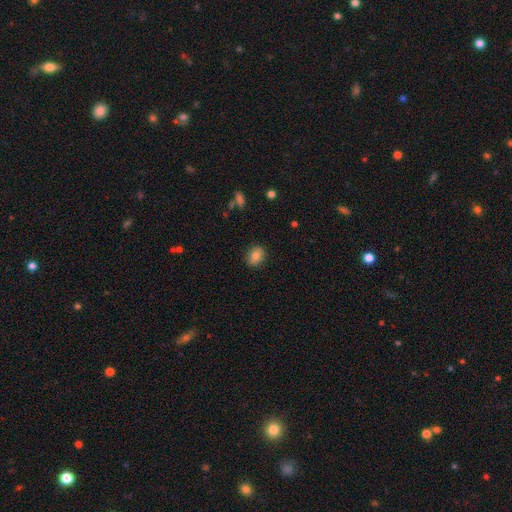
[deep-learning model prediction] A smooth galaxy with no disk features (80%) that is in between round and cigar-shaped (55%). Merging: none (87%).